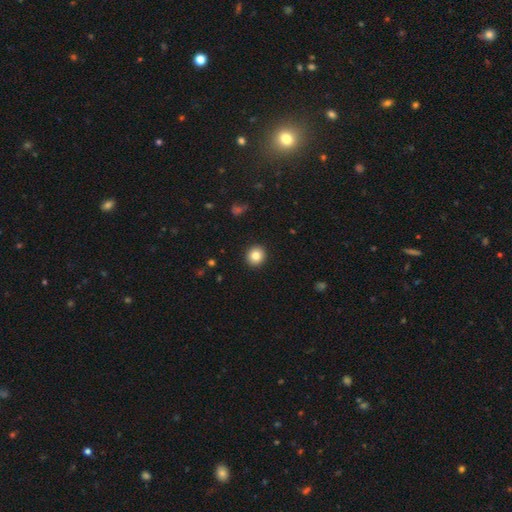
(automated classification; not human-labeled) Q: Smooth or featured?
A: smooth (83%); runner-up: star or artifact (10%)
Q: How rounded?
A: round (90%); runner-up: in between (9%)
Q: Merging?
A: none (93%); runner-up: minor disturbance (5%)